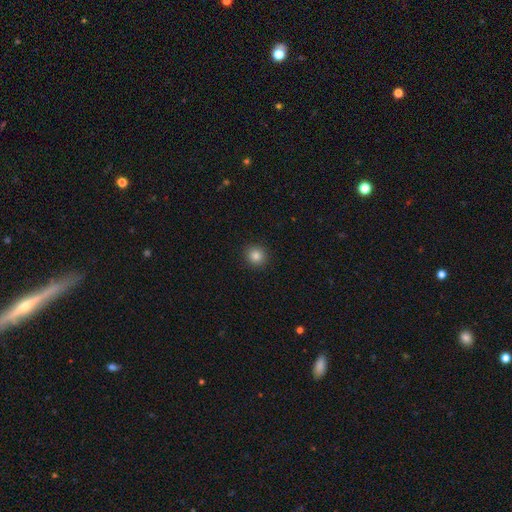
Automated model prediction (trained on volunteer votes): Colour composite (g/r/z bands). It shows a smooth galaxy with no disk features (84%) that is round (93%). Merging: none (92%).